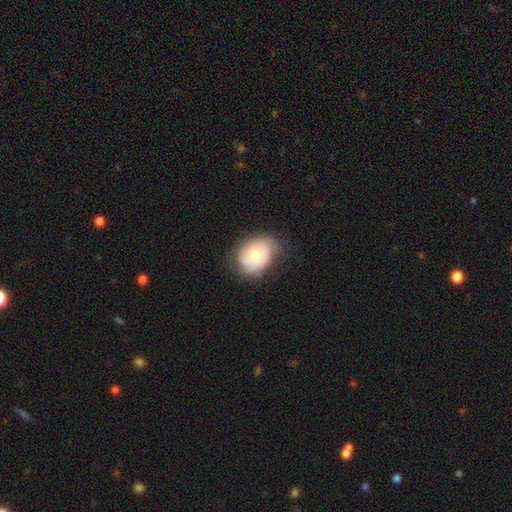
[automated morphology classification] A smooth galaxy with no disk features (54%) that is in between round and cigar-shaped (53%).

Vote fractions:
- Smooth or featured? smooth: 54% / featured or disk: 39% / star or artifact: 7%
- How rounded? in between: 53% / round: 46% / cigar-shaped: 1%
- Merging? none: 65% / minor disturbance: 25% / major disturbance: 8% / merger: 1%